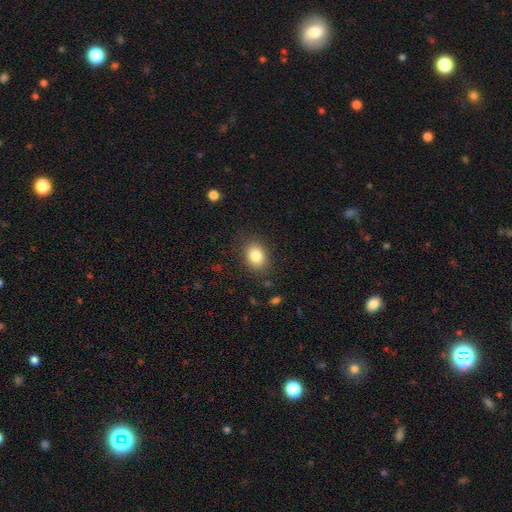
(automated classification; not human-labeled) A smooth galaxy with no disk features (83%) that is in between round and cigar-shaped (61%). Merging: none (85%).